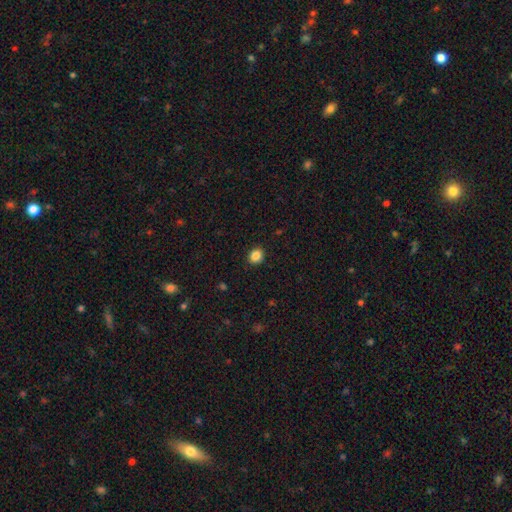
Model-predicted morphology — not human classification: smooth-or-featured: smooth: 86% | star or artifact: 10% | featured or disk: 4%
  how-rounded: round: 67% | in between: 32% | cigar-shaped: 1%
  merging: none: 91% | minor disturbance: 6% | major disturbance: 2% | merger: 1%